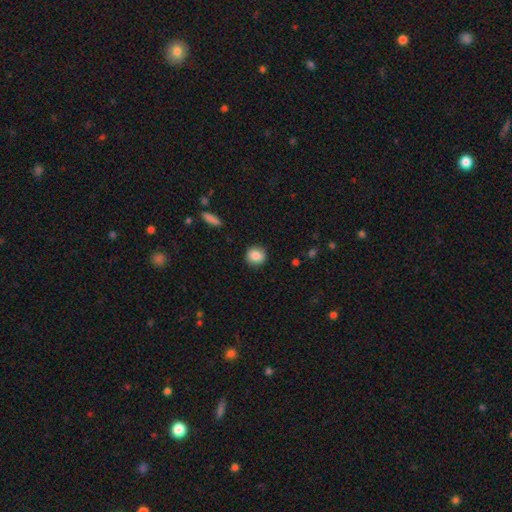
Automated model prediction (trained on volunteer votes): This appears to be a smooth galaxy with no disk features (85%) that is round (89%). Merging: none (89%).